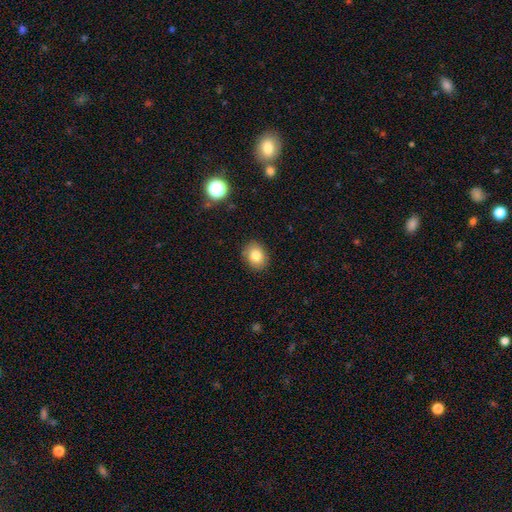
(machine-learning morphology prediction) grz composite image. It shows a smooth galaxy with no disk features (80%) that is round (52%). Merging: none (86%).